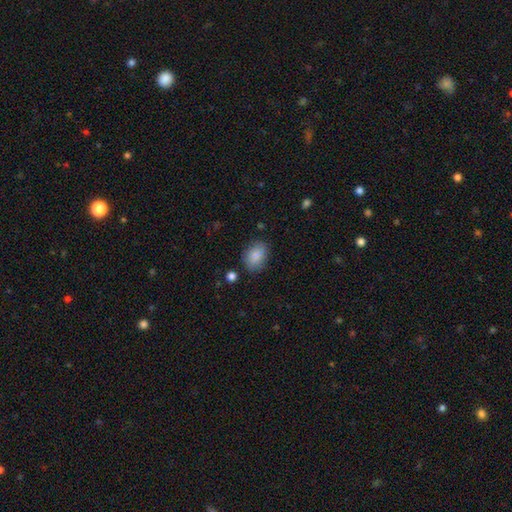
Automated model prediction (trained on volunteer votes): A smooth galaxy with no disk features (82%) that is in between round and cigar-shaped (76%). Merging: none (77%).